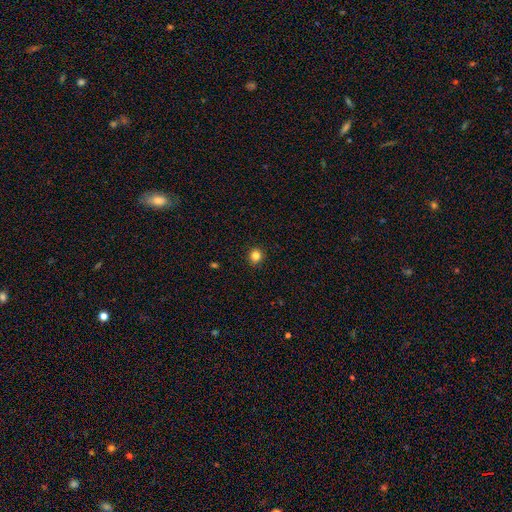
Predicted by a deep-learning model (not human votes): This appears to be a smooth galaxy with no disk features (84%) that is round (87%). Merging: none (92%).